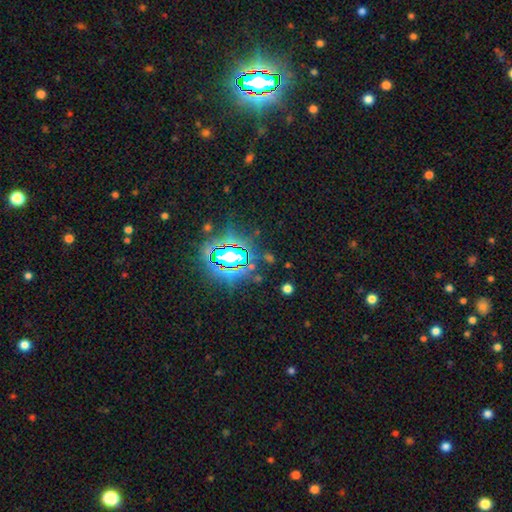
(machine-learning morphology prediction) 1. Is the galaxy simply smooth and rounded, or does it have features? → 81% star or artifact, 11% smooth, 9% featured or disk.